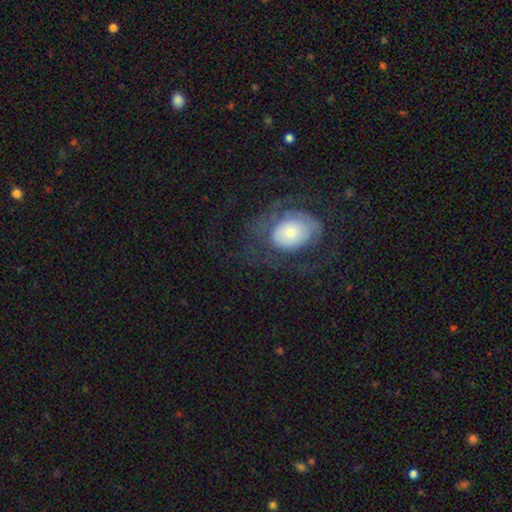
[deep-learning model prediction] This is possibly a featured or disk galaxy (49%). Merging: likely none (64%).